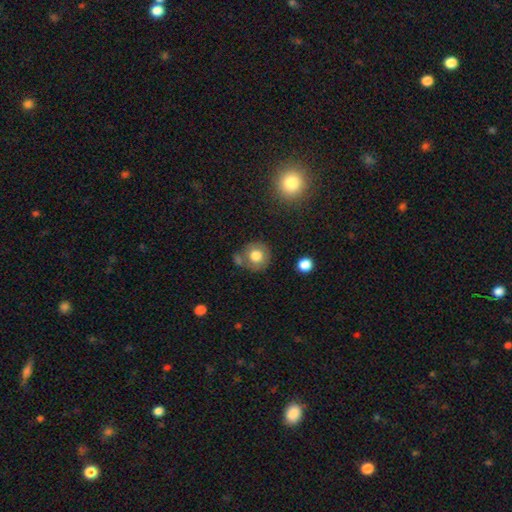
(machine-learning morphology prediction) The model was most divided on "merging": none: 69%, minor disturbance: 14%, merger: 12%, major disturbance: 5%. More confident: how rounded — round (90%); smooth or featured — smooth (74%).